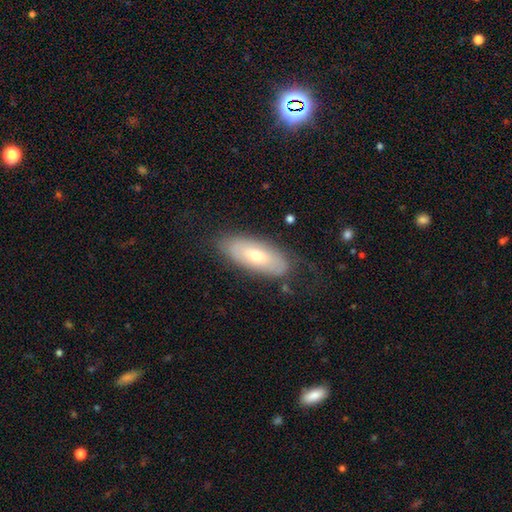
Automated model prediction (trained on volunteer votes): The model was most divided on "smooth or featured": smooth: 53%, featured or disk: 40%, star or artifact: 7%. More confident: how rounded — in between (79%); merging — none (76%).